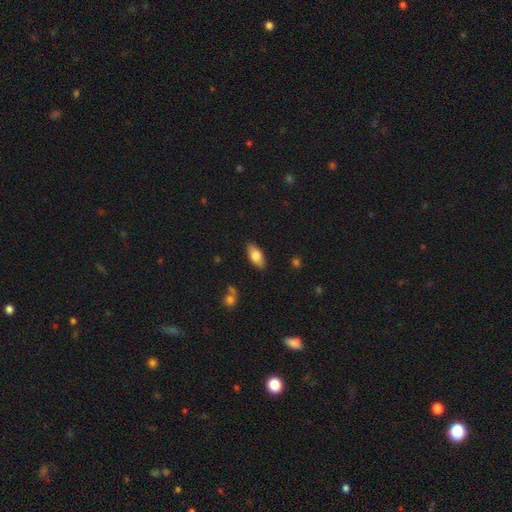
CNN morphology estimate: Smooth or featured?
  - smooth: 73% *
  - featured or disk: 21%
  - star or artifact: 6%
How rounded?
  - in between: 86% *
  - cigar-shaped: 11%
  - round: 3%
Merging?
  - none: 87% *
  - minor disturbance: 10%
  - major disturbance: 2%
  - merger: 1%